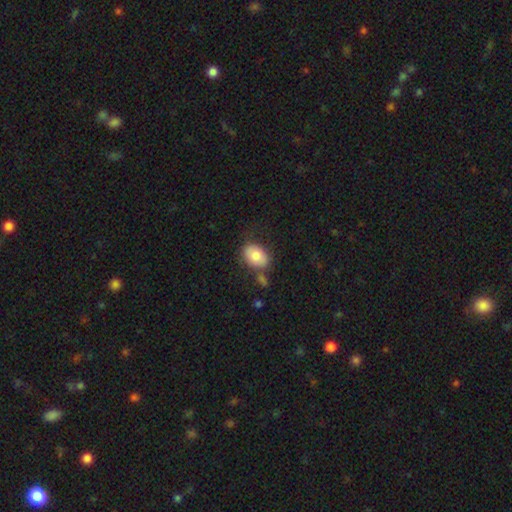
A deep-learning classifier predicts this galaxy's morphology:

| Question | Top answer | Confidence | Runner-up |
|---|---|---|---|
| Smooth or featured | smooth | 80% | featured or disk (13%) |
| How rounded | in between | 80% | round (19%) |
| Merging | none | 64% | minor disturbance (19%) |